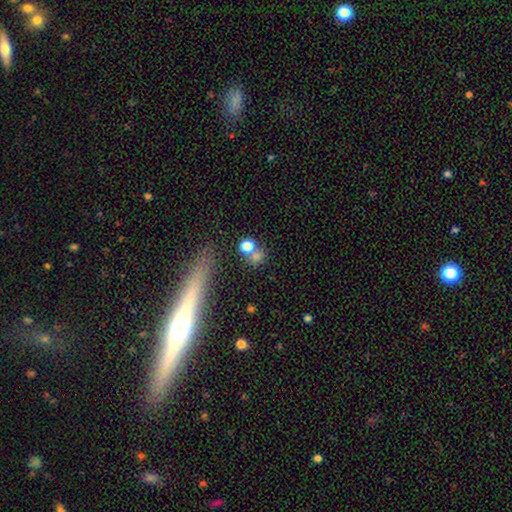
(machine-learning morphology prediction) A smooth galaxy with no disk features (70%) that is round (75%).

Vote fractions:
- Smooth or featured? smooth: 70% / star or artifact: 16% / featured or disk: 14%
- How rounded? round: 75% / in between: 19% / cigar-shaped: 5%
- Merging? none: 55% / merger: 29% / minor disturbance: 10% / major disturbance: 6%